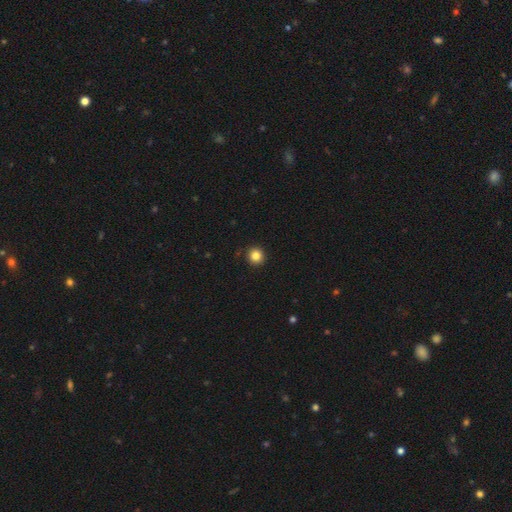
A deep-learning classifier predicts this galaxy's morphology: Q: Smooth or featured?
A: smooth (84%); runner-up: star or artifact (11%)
Q: How rounded?
A: round (94%); runner-up: in between (5%)
Q: Merging?
A: none (92%); runner-up: minor disturbance (5%)